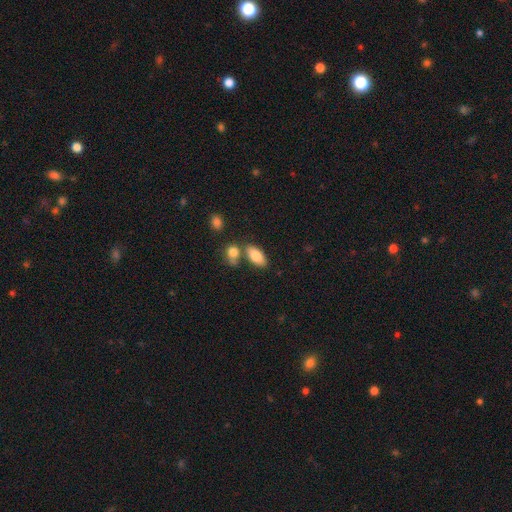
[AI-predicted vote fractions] A smooth galaxy with no disk features (82%) that is in between round and cigar-shaped (90%).

Vote fractions:
- Smooth or featured? smooth: 82% / featured or disk: 11% / star or artifact: 7%
- How rounded? in between: 90% / cigar-shaped: 6% / round: 4%
- Merging? none: 61% / merger: 24% / minor disturbance: 11% / major disturbance: 4%